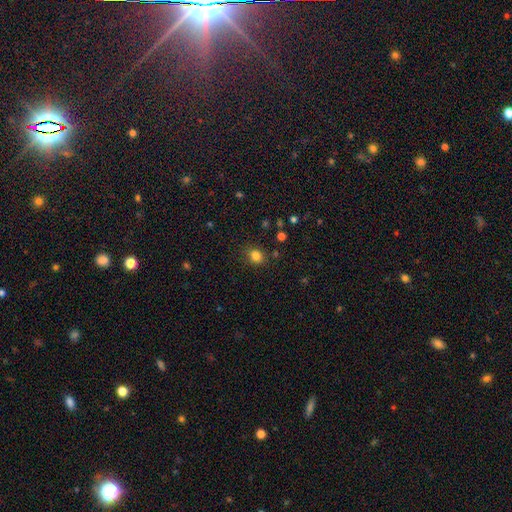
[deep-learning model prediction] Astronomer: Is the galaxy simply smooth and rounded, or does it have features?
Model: smooth — 82%.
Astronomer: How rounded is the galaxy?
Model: round — 60% (runner-up: in between, 39%).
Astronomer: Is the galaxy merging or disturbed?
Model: none — 83%.